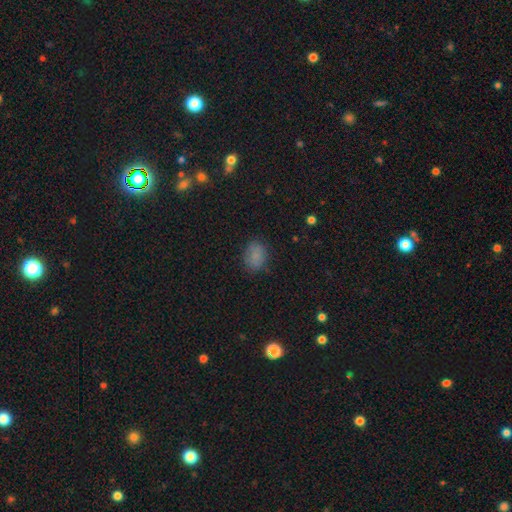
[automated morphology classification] Smooth or featured? Predicted: smooth (p=0.80). How rounded? Predicted: in between (p=0.69). Merging? Predicted: none (p=0.79).